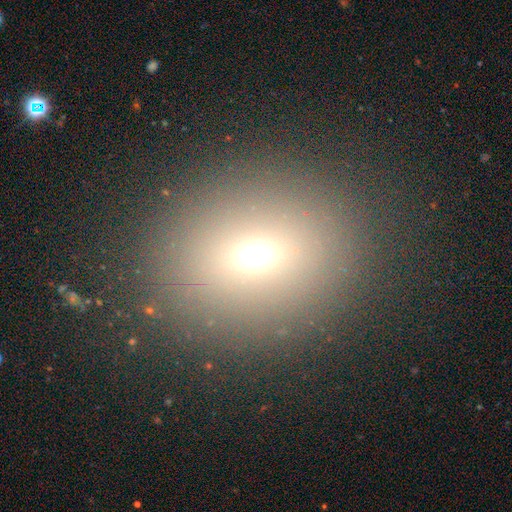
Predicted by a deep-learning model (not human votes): smooth-or-featured: smooth: 65% | star or artifact: 21% | featured or disk: 14%
  how-rounded: round: 61% | in between: 38% | cigar-shaped: 1%
  merging: none: 85% | minor disturbance: 8% | major disturbance: 5% | merger: 2%